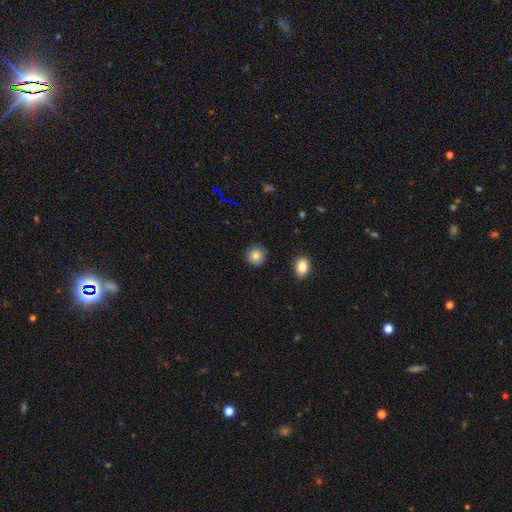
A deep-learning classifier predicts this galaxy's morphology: Smooth or featured? smooth (80%)
How rounded? round (91%)
Merging? none (89%)